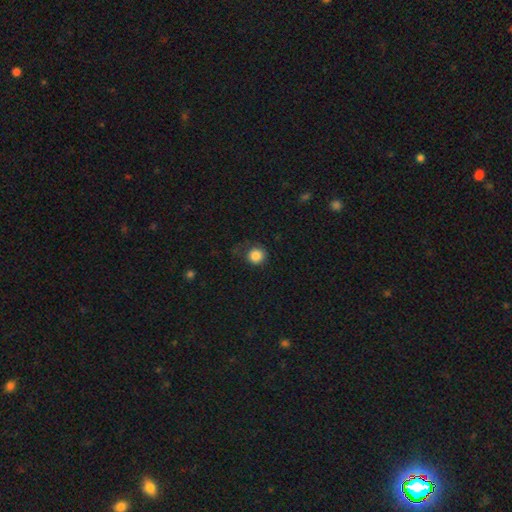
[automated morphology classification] Smooth or featured?
  - smooth: 86% *
  - star or artifact: 10%
  - featured or disk: 4%
How rounded?
  - round: 91% *
  - in between: 8%
  - cigar-shaped: 1%
Merging?
  - none: 76% *
  - minor disturbance: 17%
  - major disturbance: 6%
  - merger: 1%